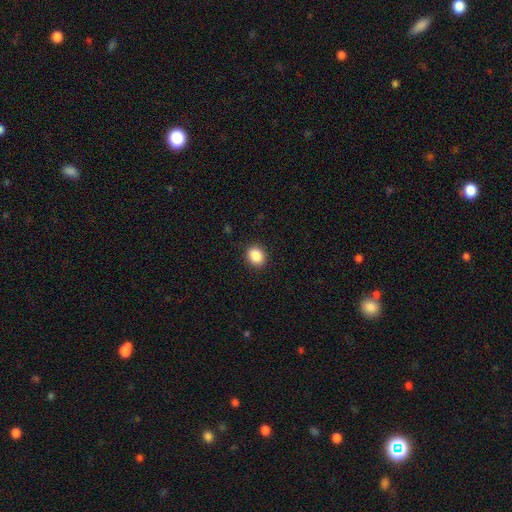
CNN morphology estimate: Smooth or featured? Predicted: smooth (p=0.88). How rounded? Predicted: round (p=0.63). Merging? Predicted: none (p=0.90).